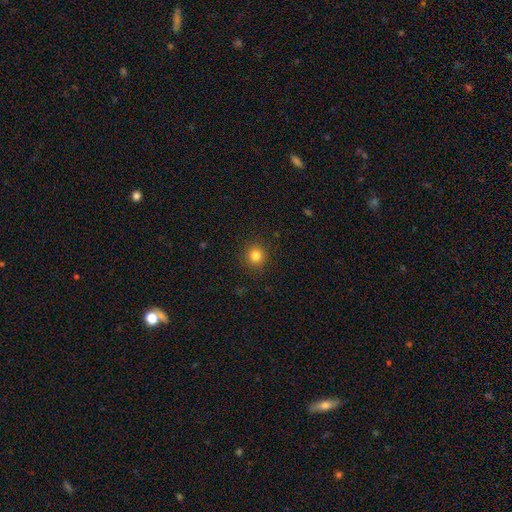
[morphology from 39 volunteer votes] Smooth or featured? smooth (85%)
How rounded? round (88%)
Merging? none (83%)